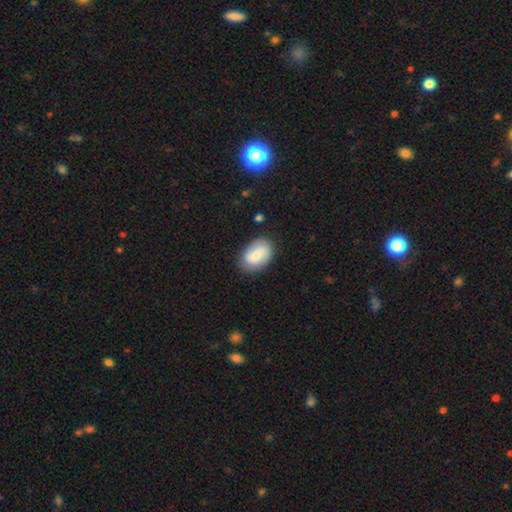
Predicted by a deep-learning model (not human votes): A featured or disk galaxy (54%) with no bar (47%), spiral arms (87%) and a small central bulge (45%, tied with moderate). Merging: none (80%).